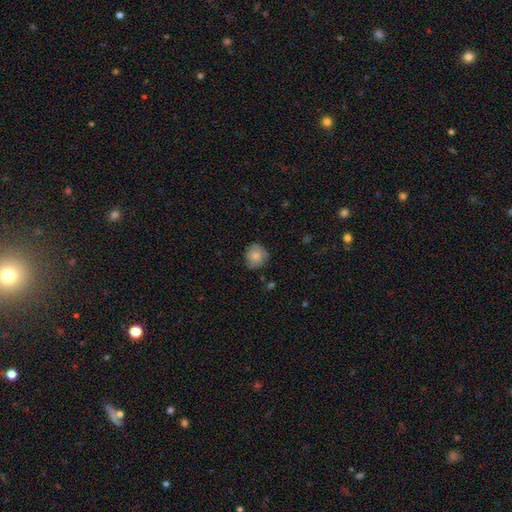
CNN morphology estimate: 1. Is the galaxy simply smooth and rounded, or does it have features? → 81% smooth, 11% featured or disk, 8% star or artifact.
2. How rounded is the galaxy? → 83% round, 16% in between, 1% cigar-shaped.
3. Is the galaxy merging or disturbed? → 75% none, 20% minor disturbance, 4% major disturbance, 1% merger.